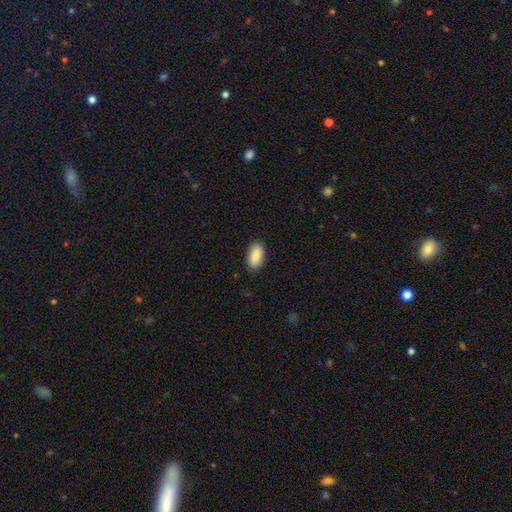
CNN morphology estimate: This appears to be a smooth galaxy with no disk features (87%) that is in between round and cigar-shaped (92%). Merging: none (87%).